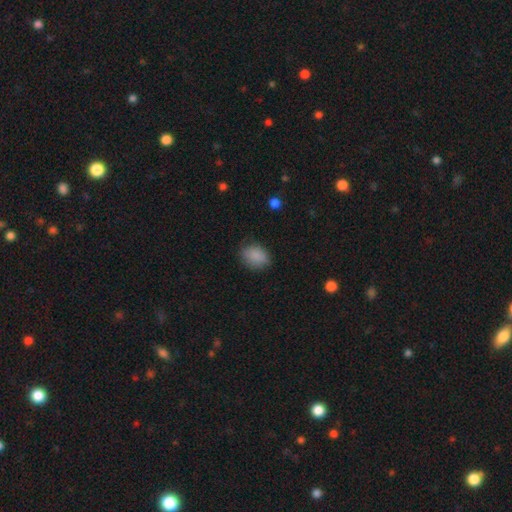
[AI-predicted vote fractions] smooth 86%, star or artifact 9%, featured or disk 6%. Down the decision tree: how rounded — in between (61%); merging — none (74%).